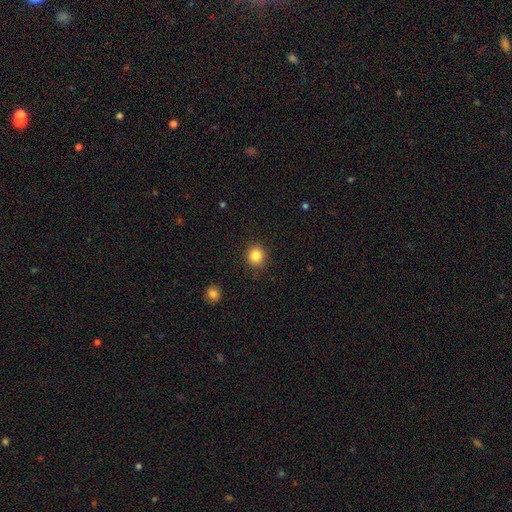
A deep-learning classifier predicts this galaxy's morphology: A smooth galaxy with no disk features (85%) that is round (90%). Merging: none (90%).